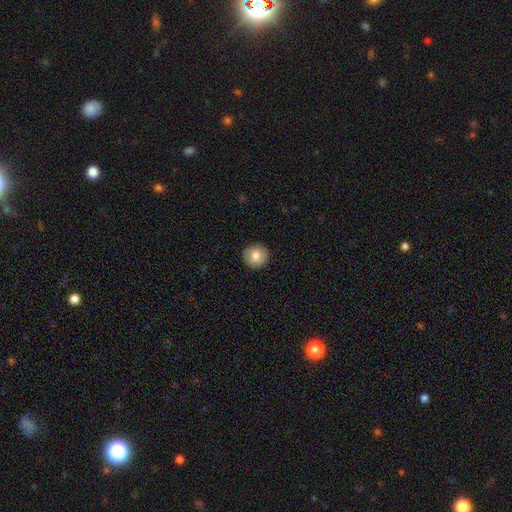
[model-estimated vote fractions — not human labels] The model was most divided on "smooth or featured": smooth: 79%, featured or disk: 13%, star or artifact: 8%. More confident: how rounded — round (92%); merging — none (90%).